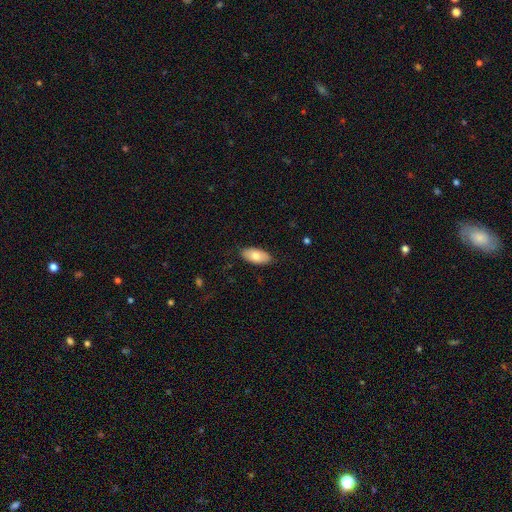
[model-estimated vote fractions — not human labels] Overall: smooth (76%). How rounded: in between (93%). Merging: none (85%).